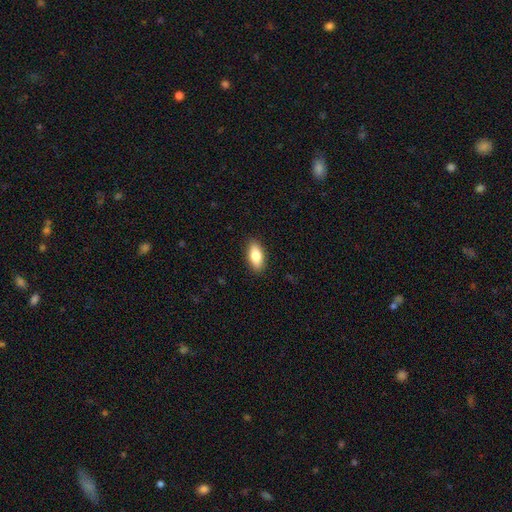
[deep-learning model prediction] smooth-or-featured: smooth: 82% | featured or disk: 12% | star or artifact: 6%
  how-rounded: in between: 86% | cigar-shaped: 10% | round: 3%
  merging: none: 89% | minor disturbance: 8% | major disturbance: 2% | merger: 1%